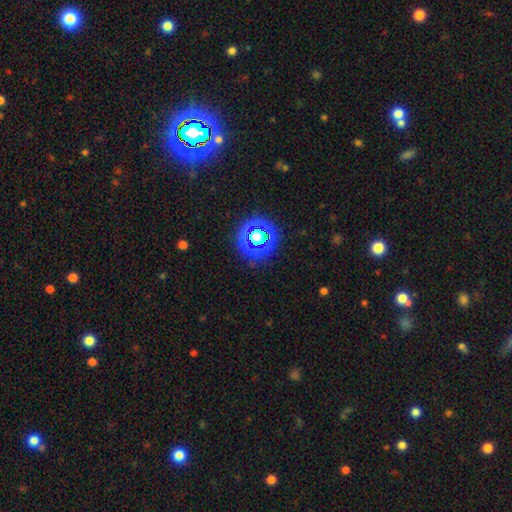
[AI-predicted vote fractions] Smooth or featured: star or artifact — 71% (smooth — 23%)